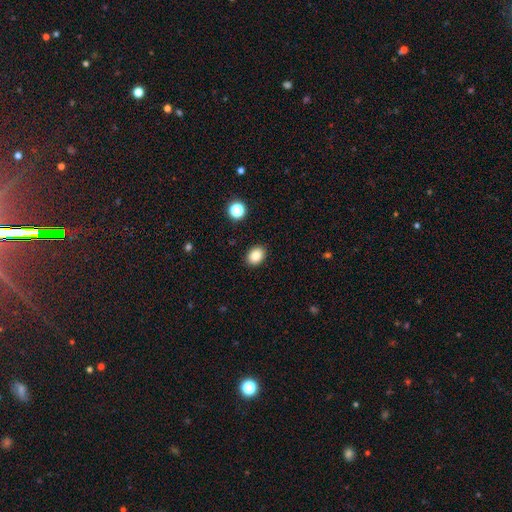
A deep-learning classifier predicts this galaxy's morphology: Smooth or featured?
  - smooth: 86% *
  - star or artifact: 10%
  - featured or disk: 4%
How rounded?
  - in between: 65% *
  - round: 34%
  - cigar-shaped: 1%
Merging?
  - none: 89% *
  - minor disturbance: 7%
  - major disturbance: 2%
  - merger: 1%